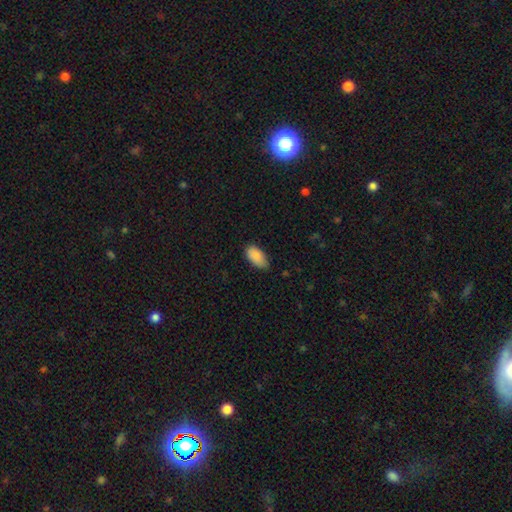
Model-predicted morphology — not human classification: smooth 89%, star or artifact 7%, featured or disk 4%. Down the decision tree: how rounded — in between (94%); merging — none (68%).